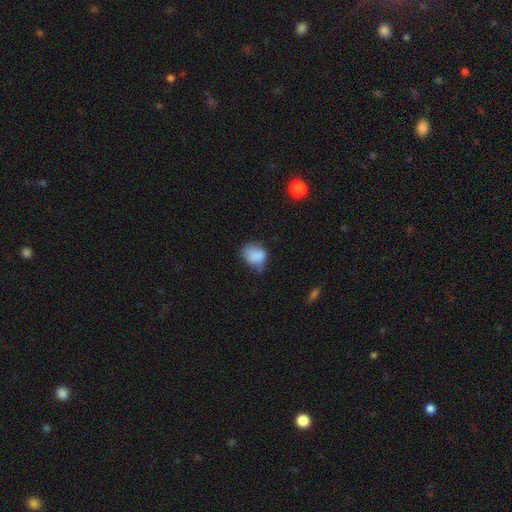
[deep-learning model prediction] Overall: smooth (81%). How rounded: in between (55%; round 44%). Merging: minor disturbance (40%; none 37%).